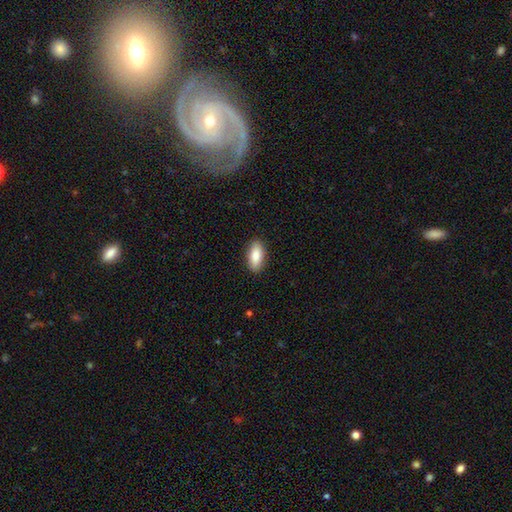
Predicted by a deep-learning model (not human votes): Smooth or featured: smooth — 85% (featured or disk — 8%)
How rounded: in between — 88% (cigar-shaped — 9%)
Merging: none — 89% (minor disturbance — 8%)